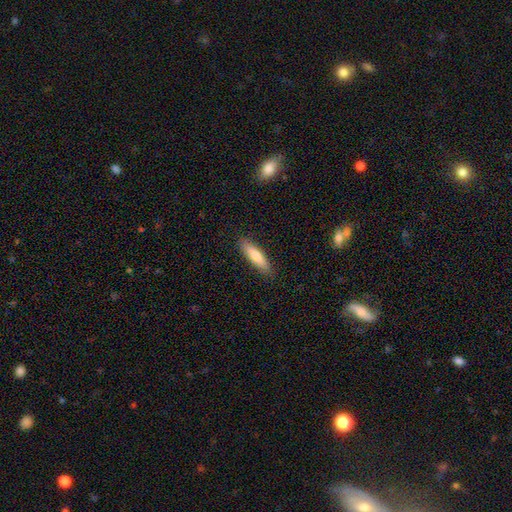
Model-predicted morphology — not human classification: This is likely a smooth galaxy (76%). How rounded: likely cigar-shaped (74%). Merging: clearly none (88%).